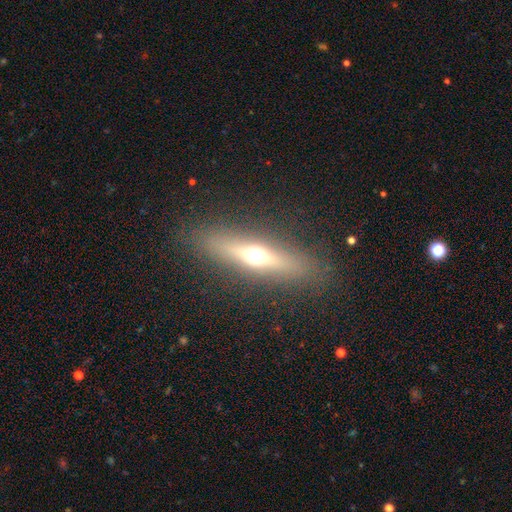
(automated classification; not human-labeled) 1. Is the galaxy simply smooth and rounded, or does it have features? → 52% featured or disk, 38% smooth, 10% star or artifact.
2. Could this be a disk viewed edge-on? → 87% yes, 13% no.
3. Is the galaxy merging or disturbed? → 87% none, 8% minor disturbance, 3% major disturbance, 1% merger.